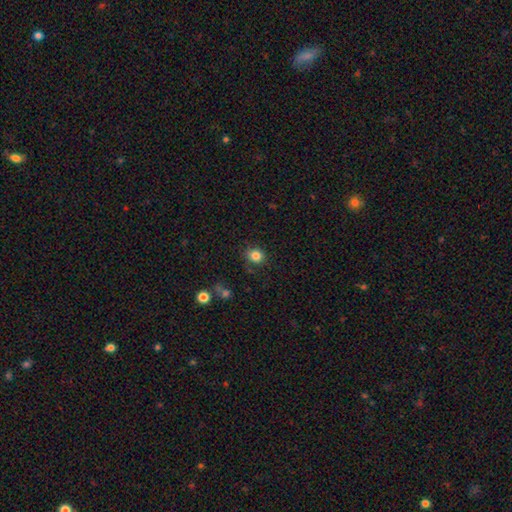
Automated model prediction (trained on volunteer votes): The model was most divided on "how rounded": round: 77%, in between: 22%, cigar-shaped: 1%. More confident: smooth or featured — smooth (84%); merging — none (81%).